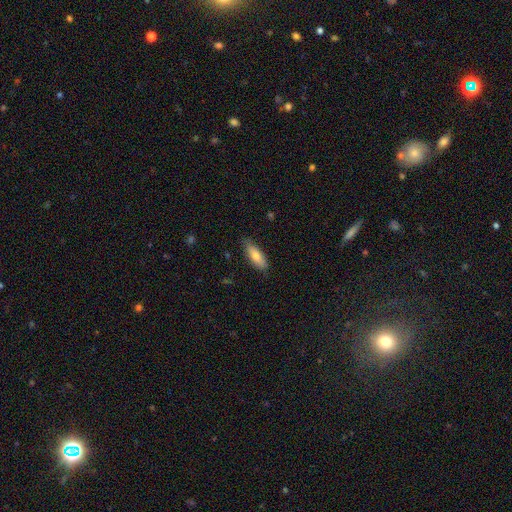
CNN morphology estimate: type=smooth (75%); roundness=in between (62%); merging=none (82%).